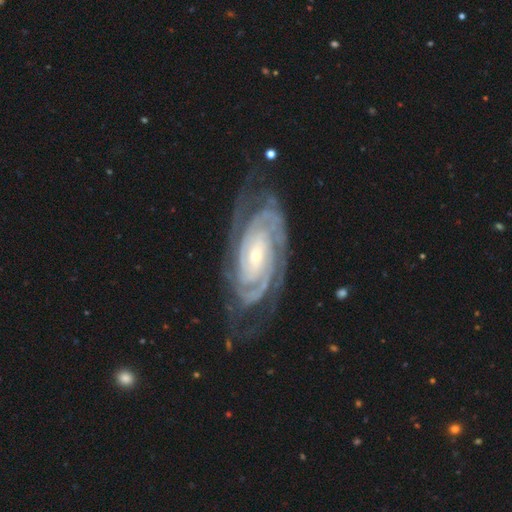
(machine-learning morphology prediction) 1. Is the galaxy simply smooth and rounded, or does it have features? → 92% featured or disk, 4% star or artifact, 3% smooth.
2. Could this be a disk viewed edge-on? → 96% no, 4% yes.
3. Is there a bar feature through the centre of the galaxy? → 62% no, 24% weak, 14% strong.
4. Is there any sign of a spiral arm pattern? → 98% yes, 2% no.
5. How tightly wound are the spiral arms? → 80% tight, 17% medium, 3% loose.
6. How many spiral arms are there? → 34% 2, 20% 3, 16% 4, 16% can't tell, 8% more than 4, 6% 1.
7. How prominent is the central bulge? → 72% small, 24% moderate, 1% large, 1% none, 1% dominant.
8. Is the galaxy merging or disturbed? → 72% none, 17% minor disturbance, 9% major disturbance, 1% merger.